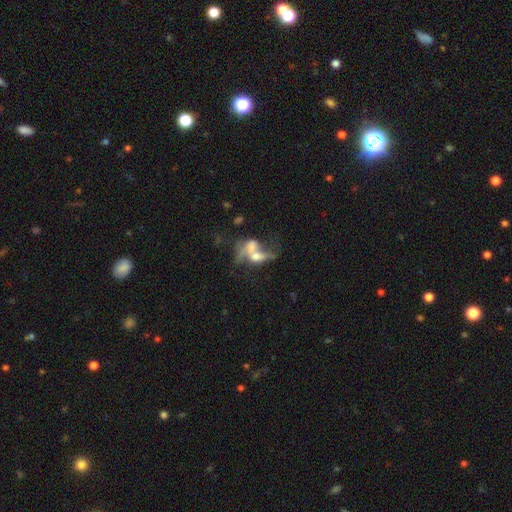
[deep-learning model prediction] Smooth or featured?
  - featured or disk: 47% *
  - smooth: 41%
  - star or artifact: 12%
Merging?
  - merger: 65% *
  - major disturbance: 16%
  - none: 13%
  - minor disturbance: 7%